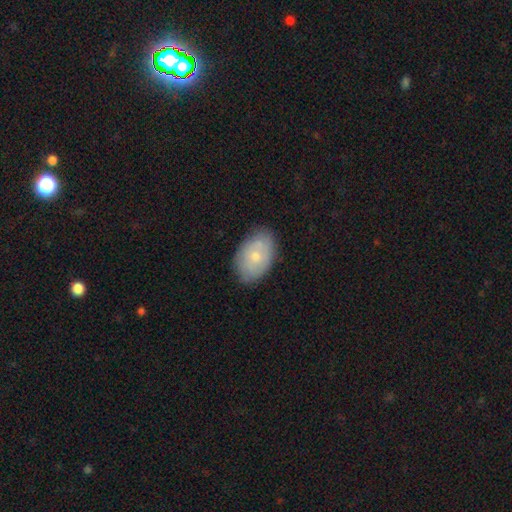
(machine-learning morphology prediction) A smooth galaxy with no disk features (66%) that is in between round and cigar-shaped (89%).

Vote fractions:
- Smooth or featured? smooth: 66% / featured or disk: 27% / star or artifact: 7%
- How rounded? in between: 89% / round: 10% / cigar-shaped: 1%
- Merging? none: 75% / minor disturbance: 19% / major disturbance: 4% / merger: 2%